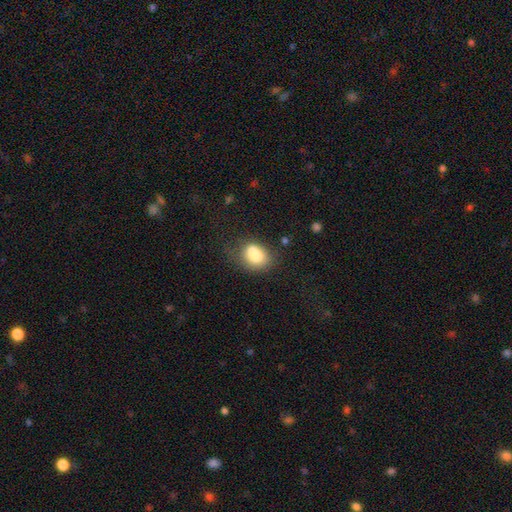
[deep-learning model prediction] Smooth or featured? Predicted: smooth (p=0.73). How rounded? Predicted: in between (p=0.53). Merging? Predicted: none (p=0.40).